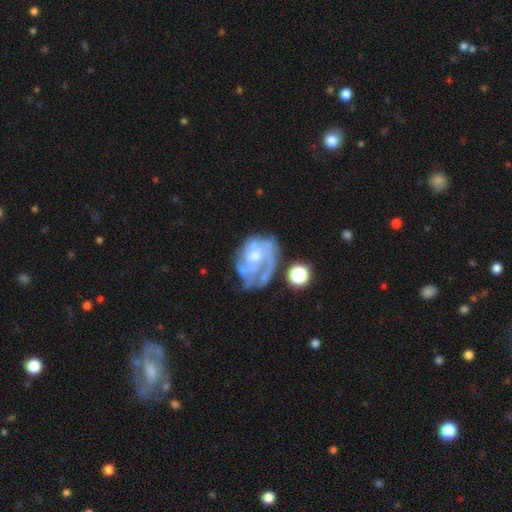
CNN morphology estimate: The model was most divided on "bulge size": small: 42%, moderate: 41%, none: 12%, large: 4%, dominant: 1%. Remaining: edge-on disk — no (98%); spiral arms — yes (77%); smooth or featured — featured or disk (76%); bar — no (71%); spiral winding — tight (47%); merging — none (42%); spiral arm count — can't tell (36%).